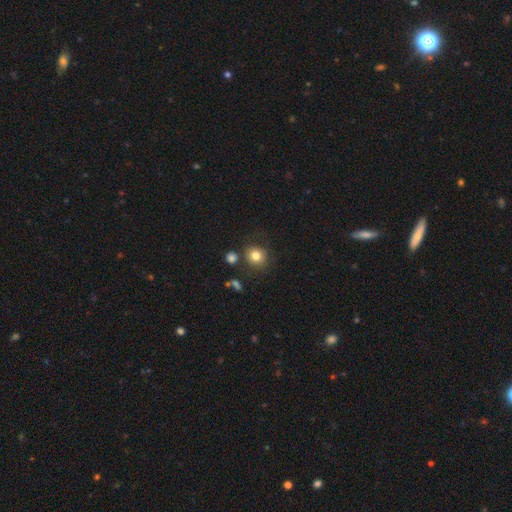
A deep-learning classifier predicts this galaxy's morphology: smooth 81%, star or artifact 12%, featured or disk 8%. Down the decision tree: how rounded — round (86%); merging — none (78%).